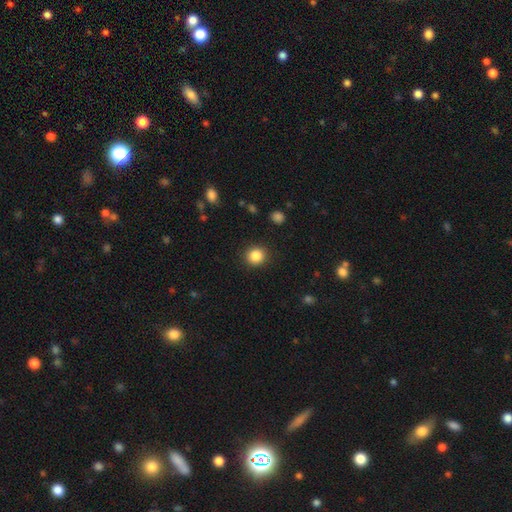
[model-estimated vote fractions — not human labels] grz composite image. It shows a smooth galaxy with no disk features (86%) that is round (87%). Merging: none (90%).